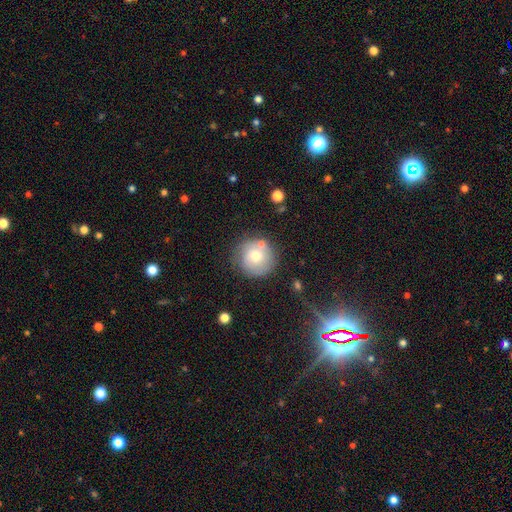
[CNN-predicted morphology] type=smooth (65%); roundness=round (93%); merging=none (72%).